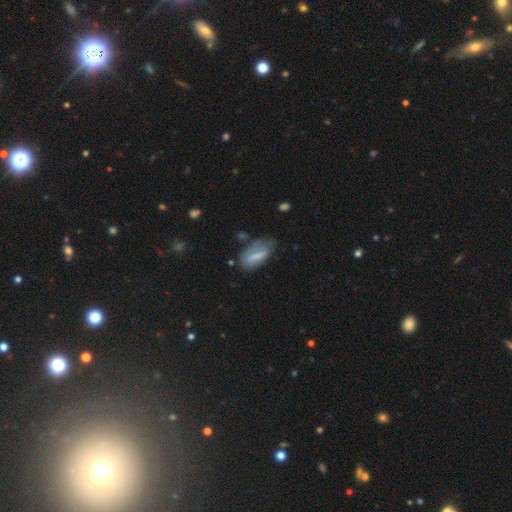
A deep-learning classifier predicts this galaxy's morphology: This appears to be a smooth galaxy with no disk features (65%) that is in between round and cigar-shaped (74%). Merging: none (50%).